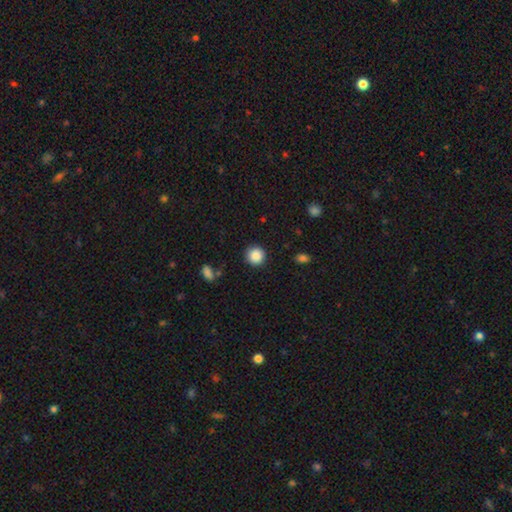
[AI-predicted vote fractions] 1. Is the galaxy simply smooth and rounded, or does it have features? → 88% smooth, 9% star or artifact, 3% featured or disk.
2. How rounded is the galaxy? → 94% round, 5% in between, 1% cigar-shaped.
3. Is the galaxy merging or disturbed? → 90% none, 6% minor disturbance, 2% major disturbance, 1% merger.